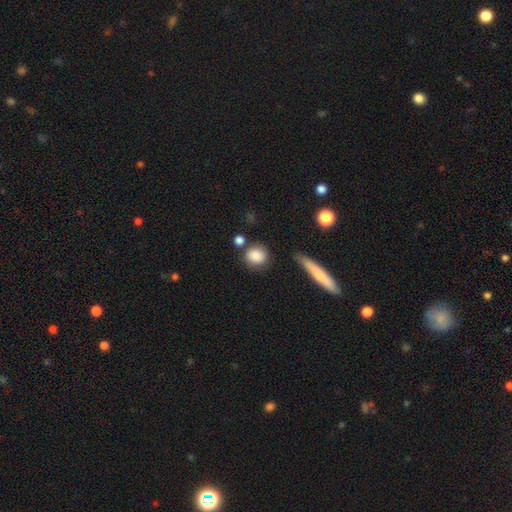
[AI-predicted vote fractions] A smooth galaxy with no disk features (86%) that is round (78%). Merging: none (70%).